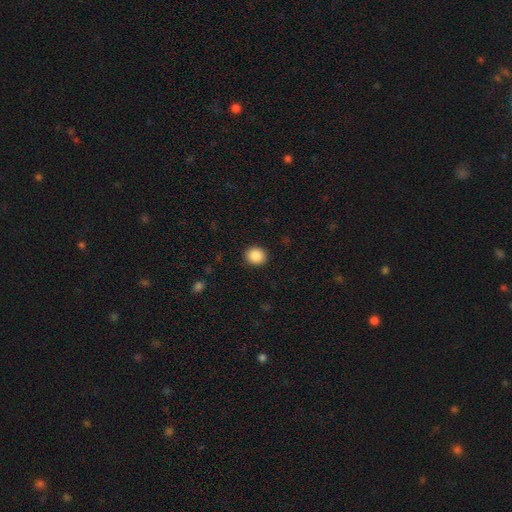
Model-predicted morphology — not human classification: Smooth or featured: smooth — 88% (star or artifact — 9%)
How rounded: round — 81% (in between — 18%)
Merging: none — 91% (minor disturbance — 6%)